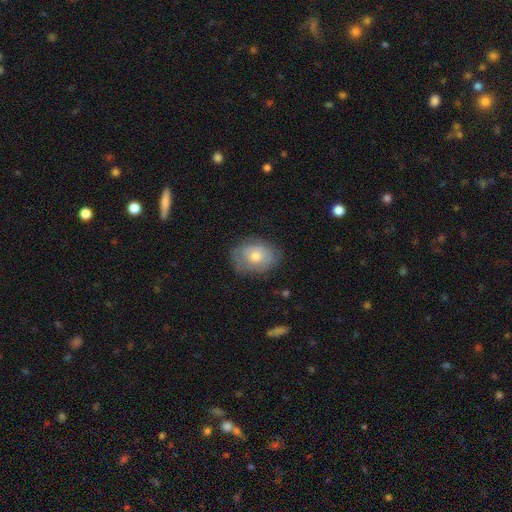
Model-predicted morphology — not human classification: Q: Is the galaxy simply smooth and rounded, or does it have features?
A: smooth — 59%.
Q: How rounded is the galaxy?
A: in between — 62%.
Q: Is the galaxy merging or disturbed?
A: none — 73%.